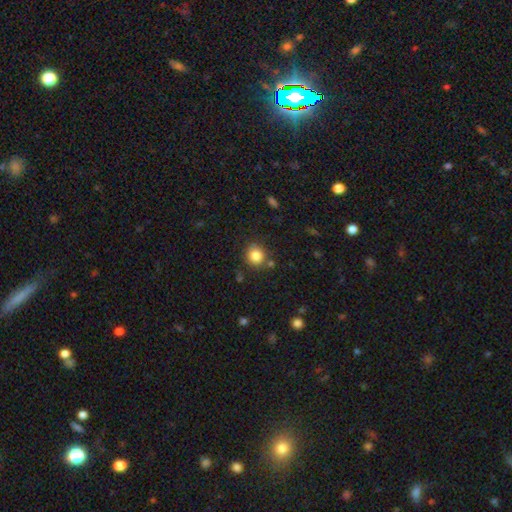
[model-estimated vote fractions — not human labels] Smooth or featured?
  - smooth: 84% *
  - star or artifact: 10%
  - featured or disk: 6%
How rounded?
  - round: 87% *
  - in between: 12%
  - cigar-shaped: 1%
Merging?
  - none: 80% *
  - minor disturbance: 11%
  - merger: 6%
  - major disturbance: 3%